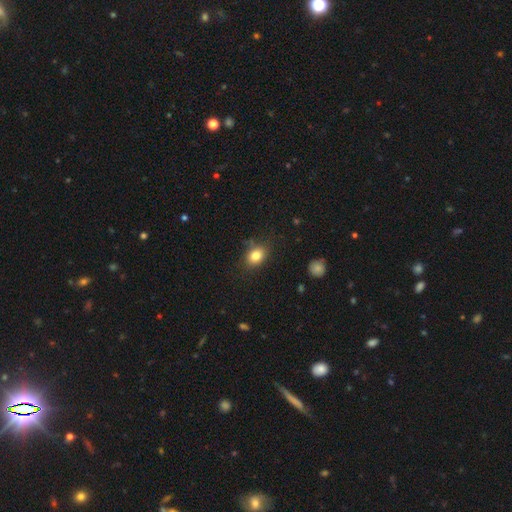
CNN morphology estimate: The model was most divided on "how rounded": in between: 61%, round: 38%, cigar-shaped: 1%. More confident: smooth or featured — smooth (82%); merging — none (77%).